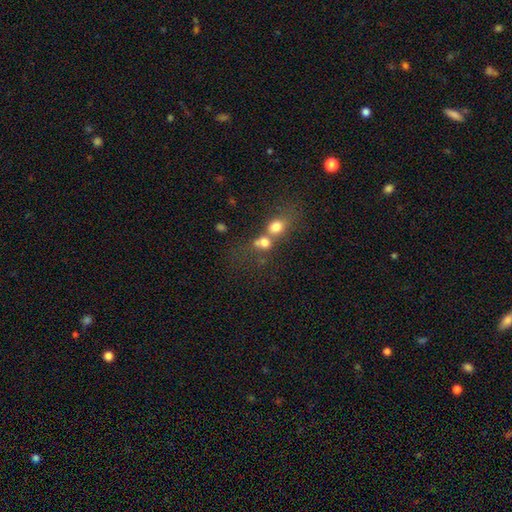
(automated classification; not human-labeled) Smooth or featured? smooth (53%)
How rounded? round (60%)
Merging? merger (63%)